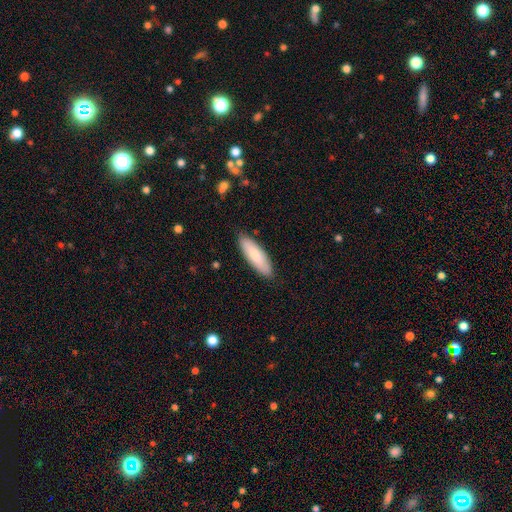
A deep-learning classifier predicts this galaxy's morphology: Smooth or featured?
  - smooth: 82% *
  - featured or disk: 13%
  - star or artifact: 5%
How rounded?
  - in between: 53% *
  - cigar-shaped: 46%
  - round: 1%
Merging?
  - none: 86% *
  - minor disturbance: 11%
  - major disturbance: 2%
  - merger: 1%